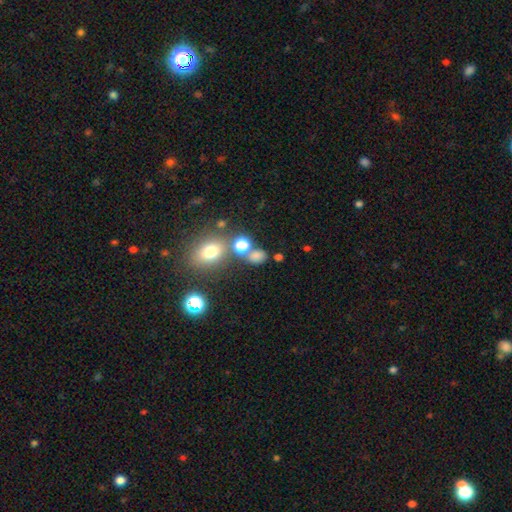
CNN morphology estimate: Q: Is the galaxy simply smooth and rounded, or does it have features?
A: smooth — 71%.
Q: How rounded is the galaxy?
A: round — 51%.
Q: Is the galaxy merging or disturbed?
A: none — 61%.